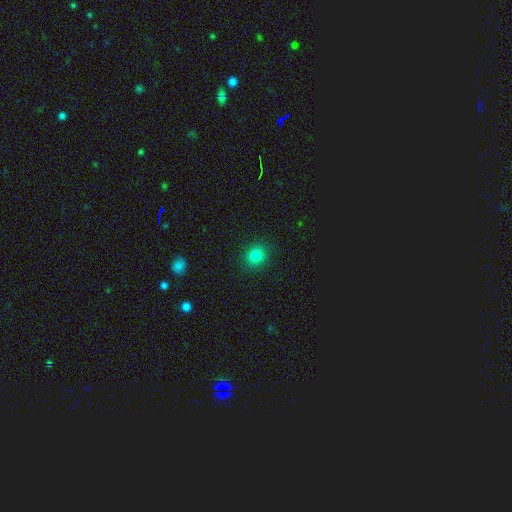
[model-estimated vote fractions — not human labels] This appears to be a smooth galaxy with no disk features (82%) that is round (85%). Merging: none (91%).